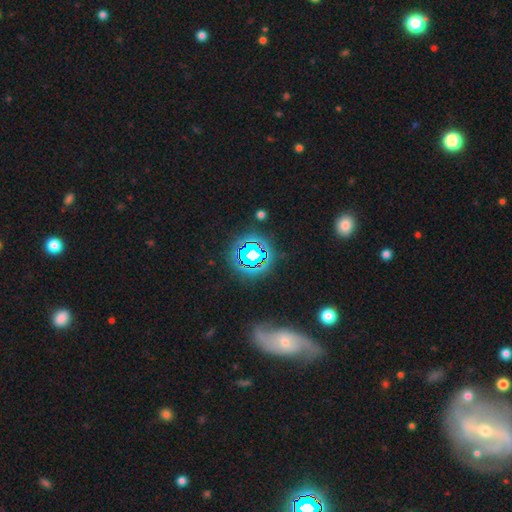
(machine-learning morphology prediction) Smooth or featured?
  - star or artifact: 55% *
  - featured or disk: 26%
  - smooth: 19%